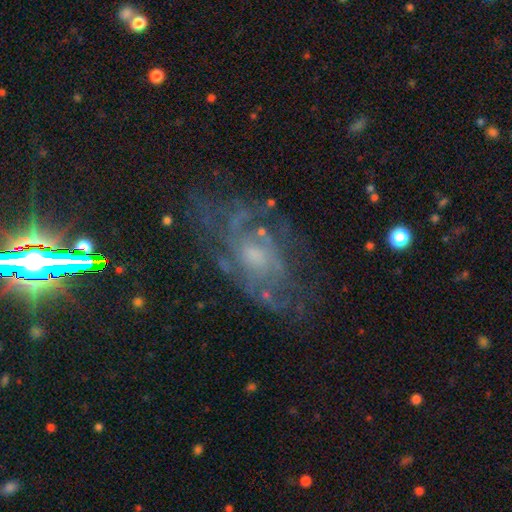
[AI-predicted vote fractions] A featured or disk galaxy (79%) with no bar (72%), medium (40%, tied with tight) spiral arms (77%) and a small central bulge (47%). Merging: none (60%).